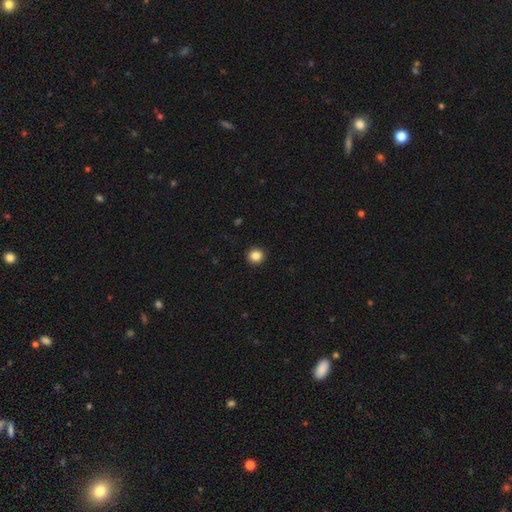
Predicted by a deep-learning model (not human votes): This appears to be a smooth galaxy with no disk features (86%) that is round (92%). Merging: none (93%).